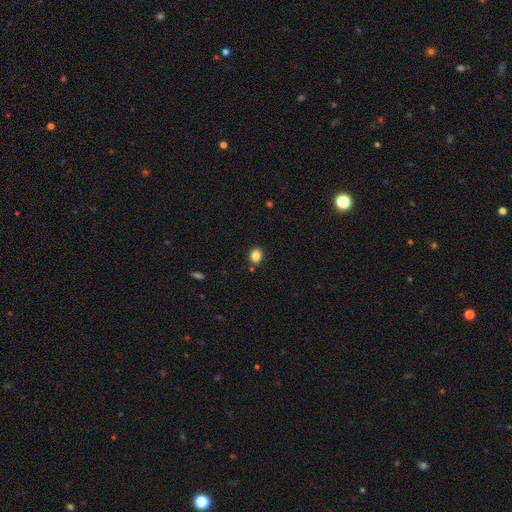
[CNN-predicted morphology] This is clearly a smooth galaxy (85%). How rounded: possibly round (59%). Merging: clearly none (84%).